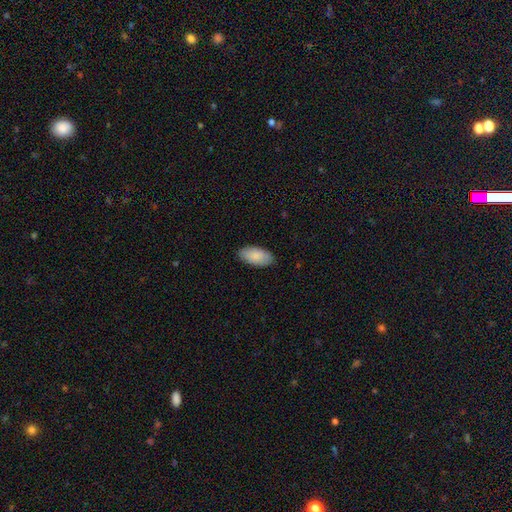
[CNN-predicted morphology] type=smooth (88%); roundness=in between (95%); merging=none (87%).